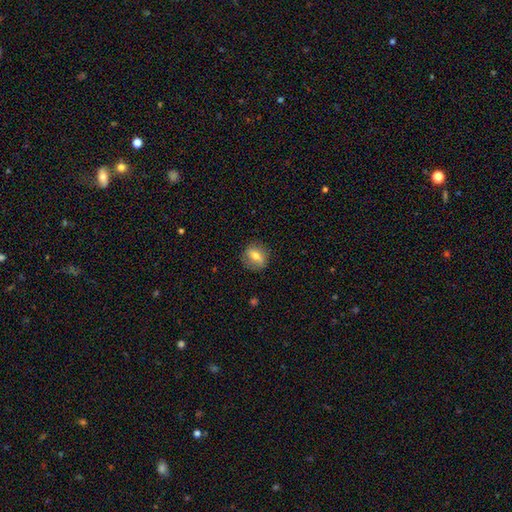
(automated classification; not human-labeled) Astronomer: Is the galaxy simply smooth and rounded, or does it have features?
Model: smooth — 61%.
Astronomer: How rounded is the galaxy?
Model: round — 62%.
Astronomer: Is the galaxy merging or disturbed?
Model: none — 83%.